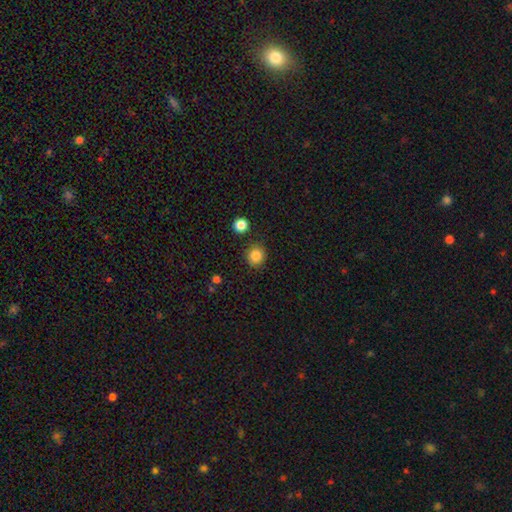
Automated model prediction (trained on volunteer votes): Smooth or featured? Predicted: smooth (p=0.85). How rounded? Predicted: round (p=0.86). Merging? Predicted: none (p=0.87).